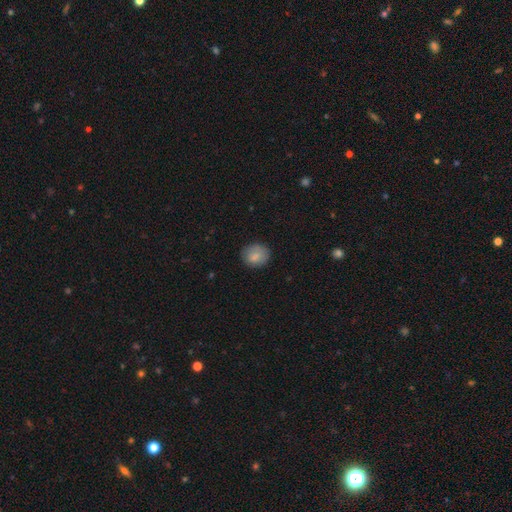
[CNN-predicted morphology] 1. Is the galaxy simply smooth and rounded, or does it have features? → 82% smooth, 10% featured or disk, 8% star or artifact.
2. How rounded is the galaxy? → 68% round, 31% in between, 1% cigar-shaped.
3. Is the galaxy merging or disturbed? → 81% none, 14% minor disturbance, 3% major disturbance, 2% merger.